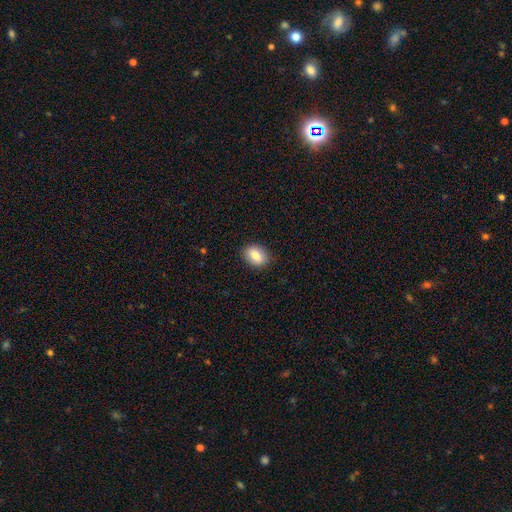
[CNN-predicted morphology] Smooth or featured? Predicted: smooth (p=0.81). How rounded? Predicted: in between (p=0.66). Merging? Predicted: none (p=0.87).